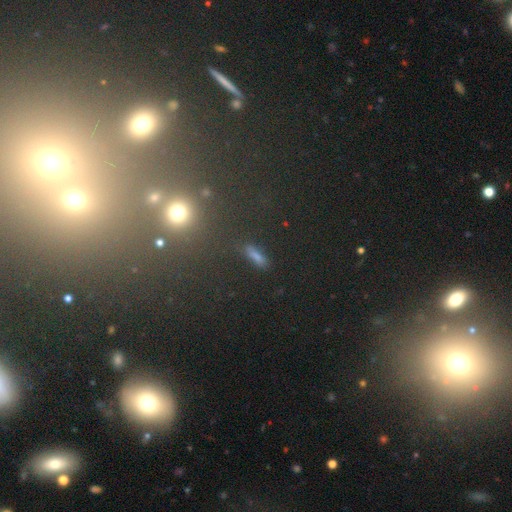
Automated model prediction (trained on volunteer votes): smooth_or_featured: smooth (p=0.43) [tied with: star or artifact p=0.43]
merging: none (p=0.78) [alt: minor disturbance p=0.09]